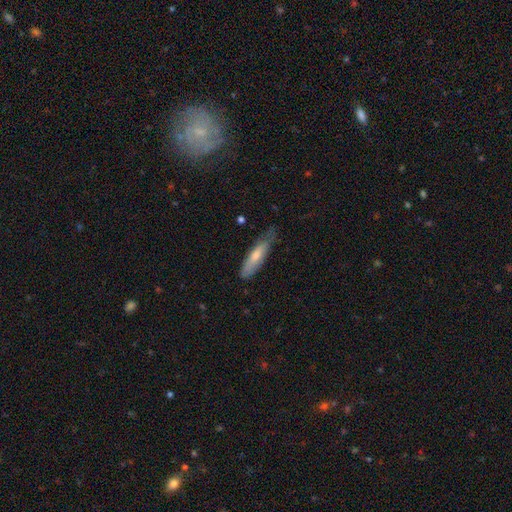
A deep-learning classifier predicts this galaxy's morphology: smooth_or_featured: smooth (p=0.59) [alt: featured or disk p=0.34]
how_rounded: cigar-shaped (p=0.74) [alt: in between p=0.24]
merging: none (p=0.67) [alt: minor disturbance p=0.26]